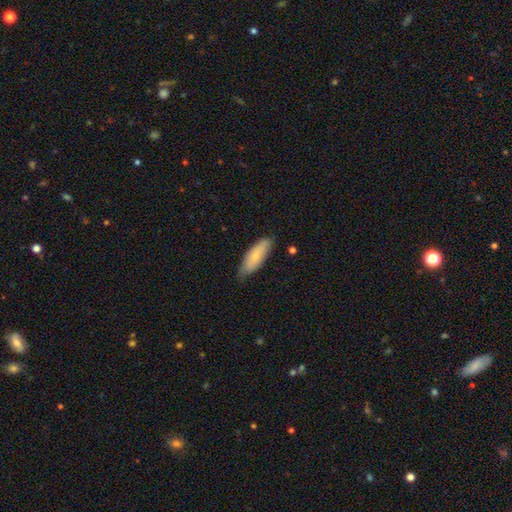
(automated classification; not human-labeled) smooth-or-featured: smooth: 75% | featured or disk: 19% | star or artifact: 6%
  how-rounded: in between: 62% | cigar-shaped: 36% | round: 2%
  merging: none: 73% | minor disturbance: 22% | major disturbance: 3% | merger: 1%